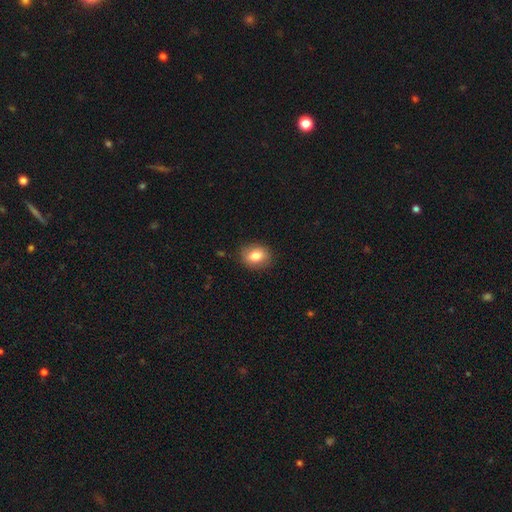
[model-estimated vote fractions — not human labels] Overall: smooth (80%). How rounded: in between (50%; round 49%). Merging: none (87%).